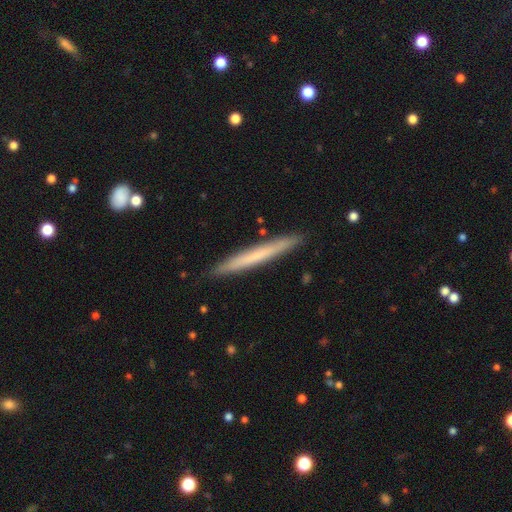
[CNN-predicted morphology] smooth_or_featured: smooth (p=0.59) [alt: featured or disk p=0.35]
how_rounded: cigar-shaped (p=0.97) [alt: in between p=0.02]
merging: none (p=0.90) [alt: minor disturbance p=0.07]